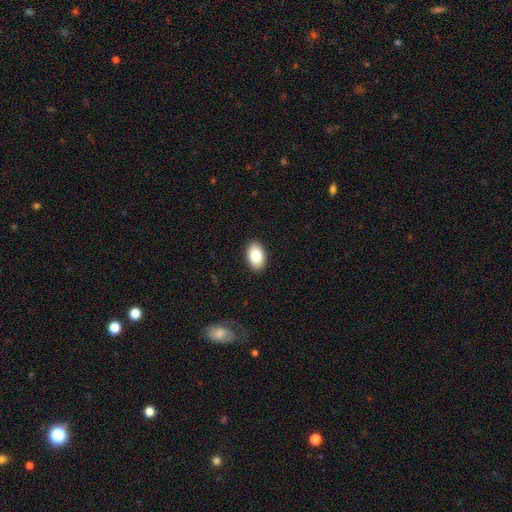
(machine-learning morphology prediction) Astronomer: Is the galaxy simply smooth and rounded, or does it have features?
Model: smooth — 83%.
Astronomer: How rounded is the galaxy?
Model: in between — 90%.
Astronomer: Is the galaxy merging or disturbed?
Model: none — 91%.